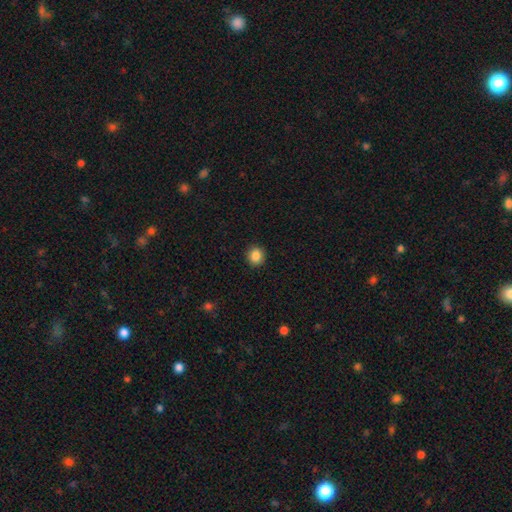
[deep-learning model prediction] Smooth or featured? smooth (87%)
How rounded? round (86%)
Merging? none (92%)